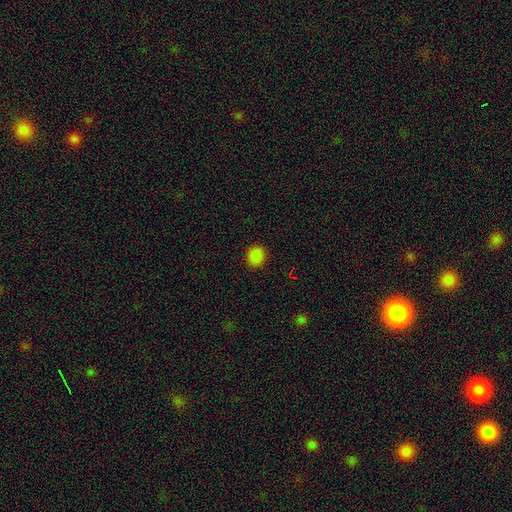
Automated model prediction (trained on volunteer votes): Smooth or featured: smooth — 85% (star or artifact — 13%)
How rounded: round — 81% (in between — 18%)
Merging: none — 91% (minor disturbance — 6%)